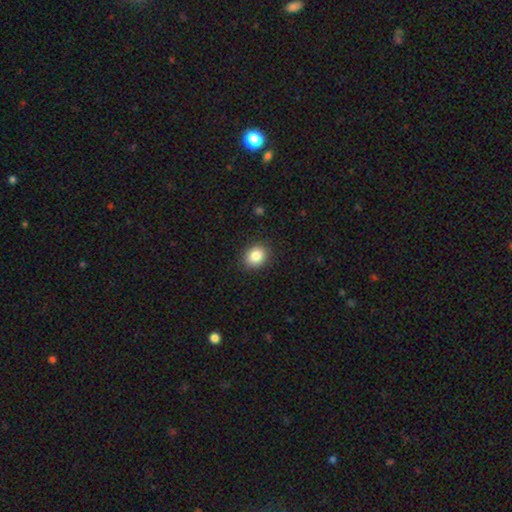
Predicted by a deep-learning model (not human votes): Overall: smooth (85%). How rounded: round (68%; in between 32%). Merging: none (90%).